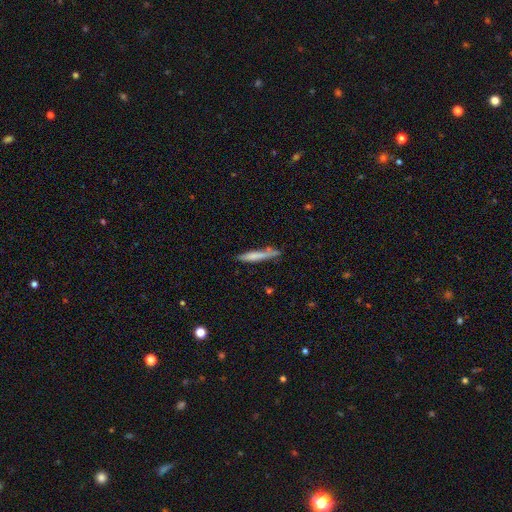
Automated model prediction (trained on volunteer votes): A smooth galaxy with no disk features (66%) that is cigar-shaped (92%). Merging: none (66%).